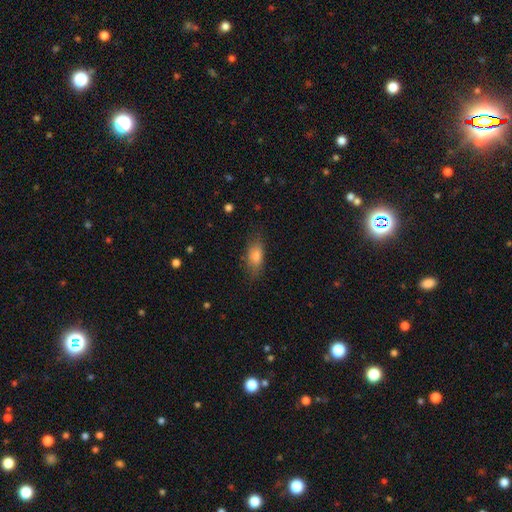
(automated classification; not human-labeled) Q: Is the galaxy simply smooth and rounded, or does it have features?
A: smooth — 76%.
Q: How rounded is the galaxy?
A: in between — 76%.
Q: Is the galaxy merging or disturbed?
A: none — 75%.